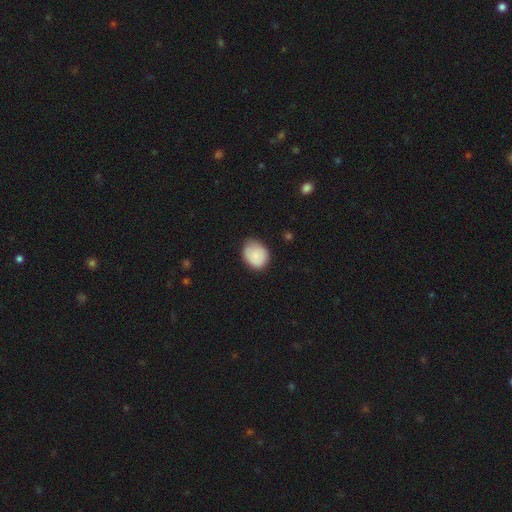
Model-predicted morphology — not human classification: Q: Smooth or featured?
A: smooth (87%); runner-up: star or artifact (7%)
Q: How rounded?
A: round (54%); runner-up: in between (45%)
Q: Merging?
A: none (70%); runner-up: minor disturbance (24%)